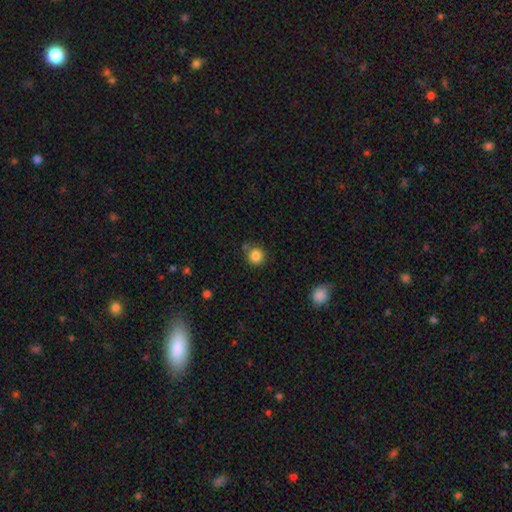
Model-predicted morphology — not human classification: smooth_or_featured: smooth (p=0.85) [alt: star or artifact p=0.11]
how_rounded: round (p=0.92) [alt: in between p=0.07]
merging: none (p=0.76) [alt: minor disturbance p=0.13]